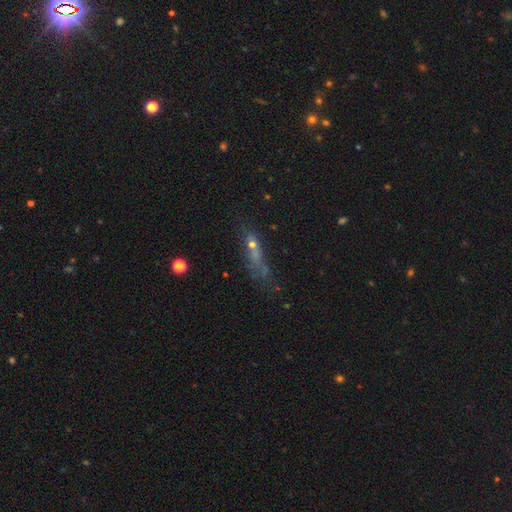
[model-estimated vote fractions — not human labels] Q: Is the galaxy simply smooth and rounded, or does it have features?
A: smooth — 40%.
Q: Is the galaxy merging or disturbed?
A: none — 35%.